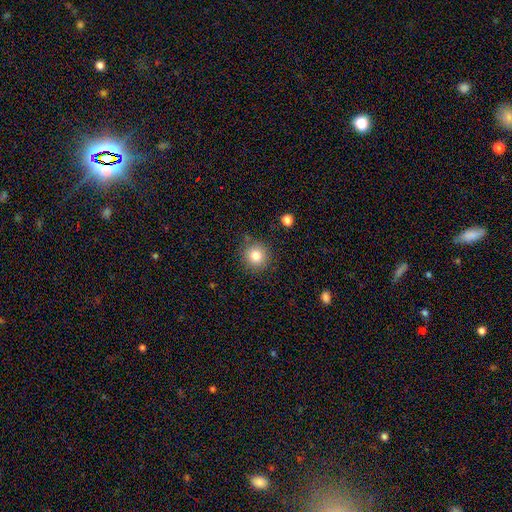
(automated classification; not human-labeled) smooth 81%, star or artifact 11%, featured or disk 7%. Down the decision tree: how rounded — round (94%); merging — none (86%).